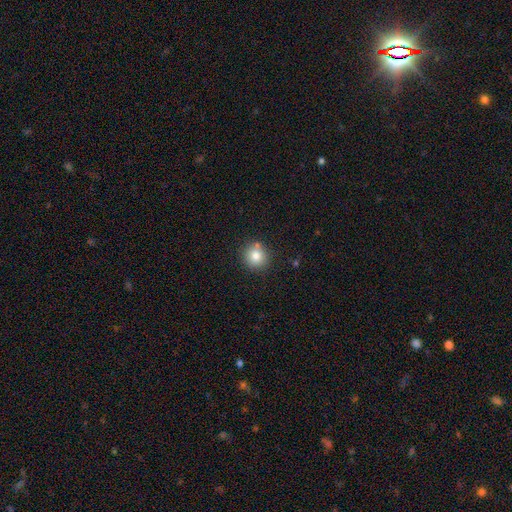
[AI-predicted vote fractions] A smooth galaxy with no disk features (81%) that is round (90%).

Vote fractions:
- Smooth or featured? smooth: 81% / star or artifact: 11% / featured or disk: 9%
- How rounded? round: 90% / in between: 9% / cigar-shaped: 1%
- Merging? none: 80% / minor disturbance: 11% / merger: 7% / major disturbance: 3%